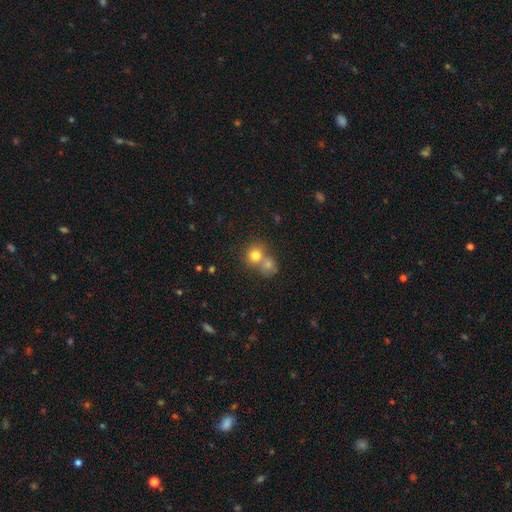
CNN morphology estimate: type=smooth (77%); roundness=round (79%); merging=merger (55%).